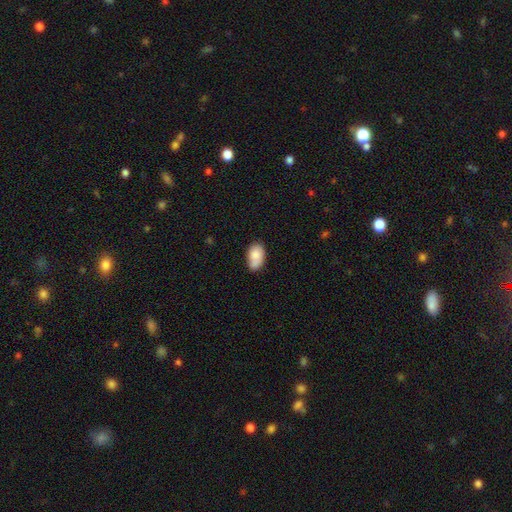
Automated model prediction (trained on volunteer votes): Smooth or featured? smooth (81%)
How rounded? in between (91%)
Merging? none (56%)